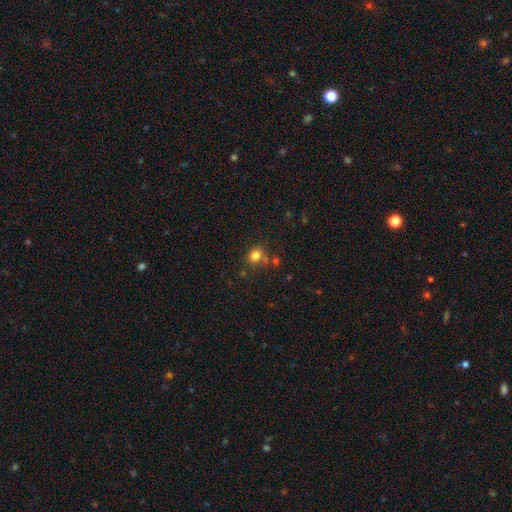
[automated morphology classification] This appears to be a smooth galaxy with no disk features (80%) that is round (76%). Merging: none (68%).